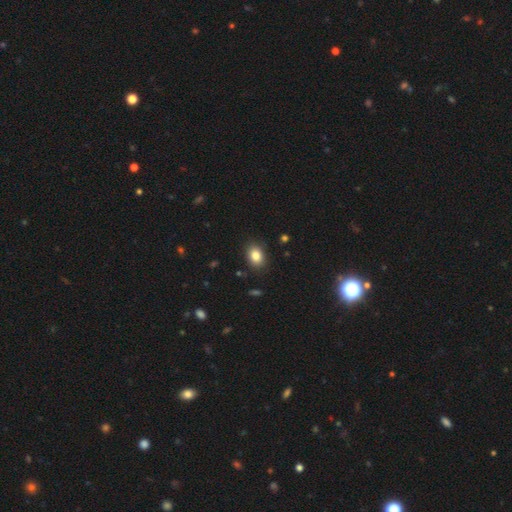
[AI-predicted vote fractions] This is clearly a smooth galaxy (84%). How rounded: likely in between (70%). Merging: clearly none (87%).